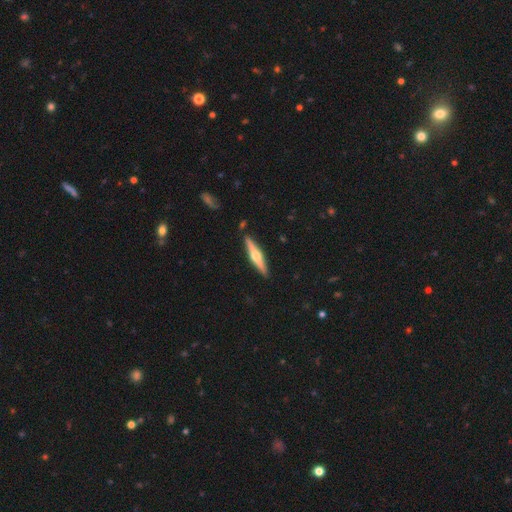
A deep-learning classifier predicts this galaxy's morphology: A featured or disk galaxy (67%) viewed edge-on (97%) with a rounded central bulge (95%). Merging: none (89%).